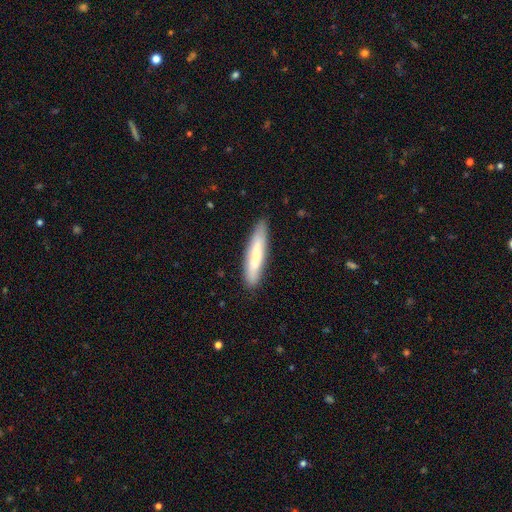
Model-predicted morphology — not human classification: Q: Smooth or featured?
A: smooth (66%); runner-up: featured or disk (28%)
Q: How rounded?
A: cigar-shaped (87%); runner-up: in between (12%)
Q: Merging?
A: none (86%); runner-up: minor disturbance (11%)